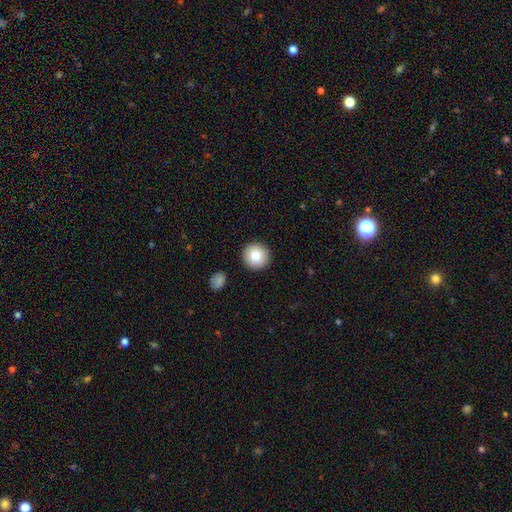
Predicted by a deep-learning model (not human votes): This is clearly a smooth galaxy (82%). How rounded: clearly round (96%). Merging: clearly none (92%).